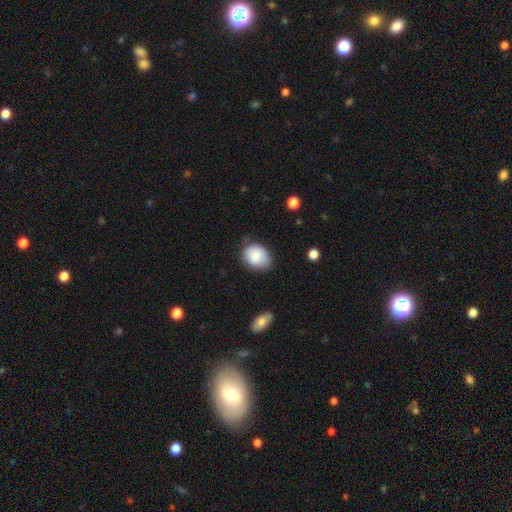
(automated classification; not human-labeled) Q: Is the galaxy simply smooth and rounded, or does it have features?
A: smooth — 83%.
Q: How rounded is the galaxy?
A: in between — 58%.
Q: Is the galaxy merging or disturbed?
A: none — 68%.